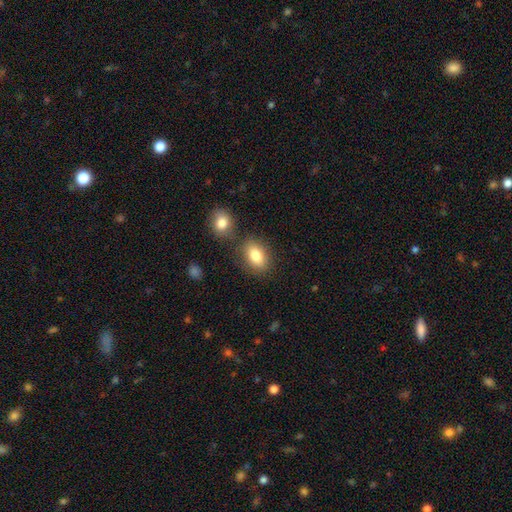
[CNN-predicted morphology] smooth 83%, featured or disk 9%, star or artifact 8%. Down the decision tree: how rounded — in between (83%); merging — none (70%).